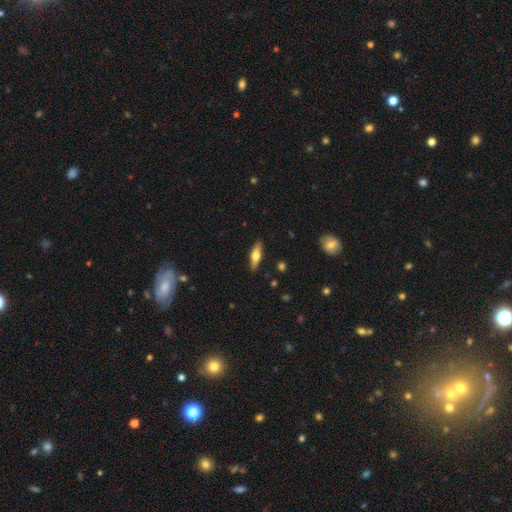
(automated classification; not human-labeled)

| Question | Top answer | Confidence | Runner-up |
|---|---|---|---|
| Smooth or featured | smooth | 53% | featured or disk (41%) |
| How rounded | cigar-shaped | 50% | in between (47%) |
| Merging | none | 88% | minor disturbance (9%) |